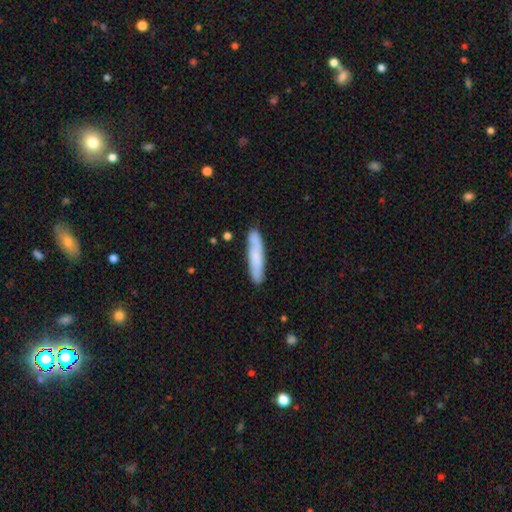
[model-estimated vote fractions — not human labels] smooth_or_featured: smooth (p=0.72) [alt: featured or disk p=0.22]
how_rounded: cigar-shaped (p=0.86) [alt: in between p=0.13]
merging: none (p=0.82) [alt: minor disturbance p=0.13]